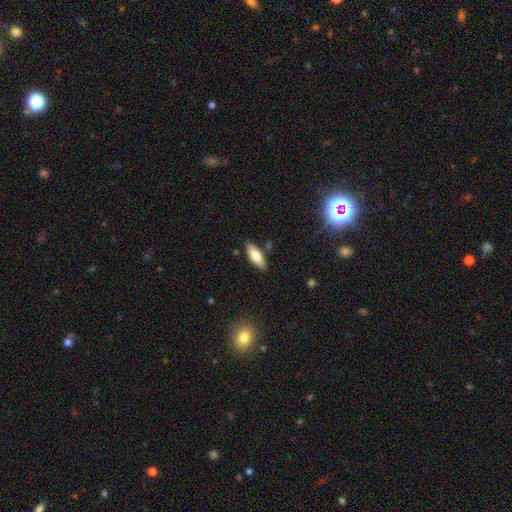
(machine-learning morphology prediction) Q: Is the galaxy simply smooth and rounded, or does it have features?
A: smooth — 77%.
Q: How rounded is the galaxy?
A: in between — 69%.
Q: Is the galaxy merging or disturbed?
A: none — 83%.